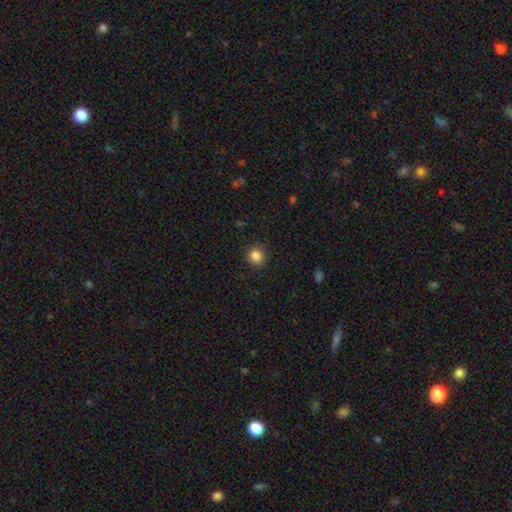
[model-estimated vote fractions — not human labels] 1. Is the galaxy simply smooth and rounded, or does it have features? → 85% smooth, 11% star or artifact, 4% featured or disk.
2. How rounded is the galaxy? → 92% round, 7% in between, 1% cigar-shaped.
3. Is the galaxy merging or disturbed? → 90% none, 7% minor disturbance, 2% major disturbance, 1% merger.